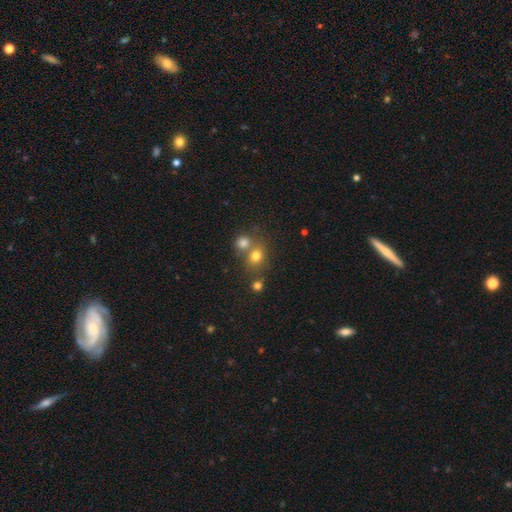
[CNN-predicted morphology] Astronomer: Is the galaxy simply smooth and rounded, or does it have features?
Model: smooth — 74%.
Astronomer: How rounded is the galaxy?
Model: round — 71%.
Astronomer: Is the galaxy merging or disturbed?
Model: none — 51% (runner-up: merger, 36%).